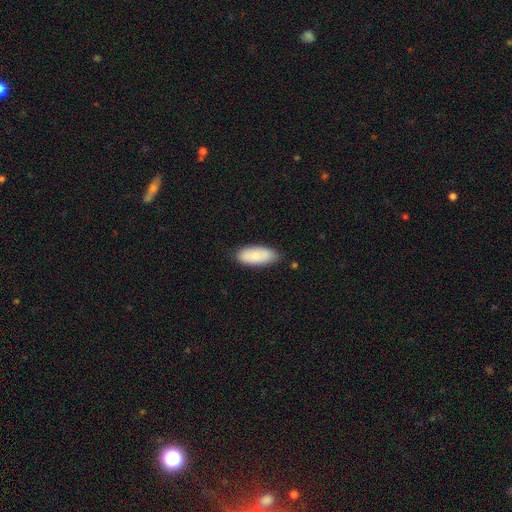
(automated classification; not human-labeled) This appears to be a smooth galaxy with no disk features (81%) that is in between round and cigar-shaped (86%). Merging: none (79%).